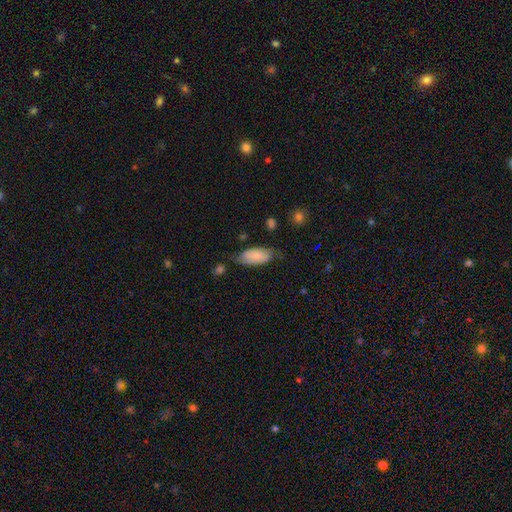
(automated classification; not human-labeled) A smooth galaxy with no disk features (74%) that is in between round and cigar-shaped (89%).

Vote fractions:
- Smooth or featured? smooth: 74% / featured or disk: 19% / star or artifact: 6%
- How rounded? in between: 89% / cigar-shaped: 9% / round: 2%
- Merging? none: 59% / minor disturbance: 30% / major disturbance: 8% / merger: 3%